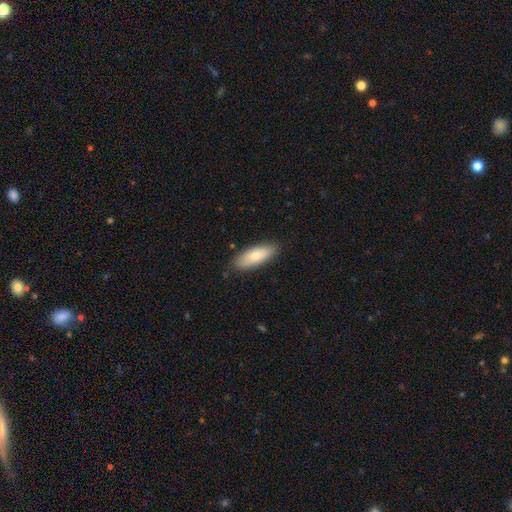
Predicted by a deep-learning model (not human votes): Smooth or featured? smooth (74%)
How rounded? in between (72%)
Merging? none (83%)